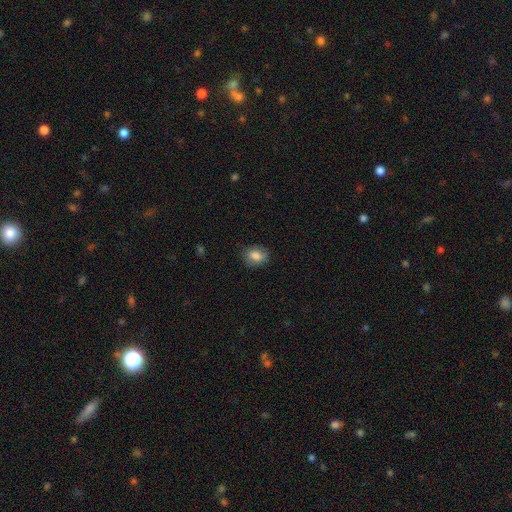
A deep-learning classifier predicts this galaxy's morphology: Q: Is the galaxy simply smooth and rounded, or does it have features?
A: smooth — 83%.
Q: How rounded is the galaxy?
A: in between — 60%.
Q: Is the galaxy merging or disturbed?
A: none — 78%.